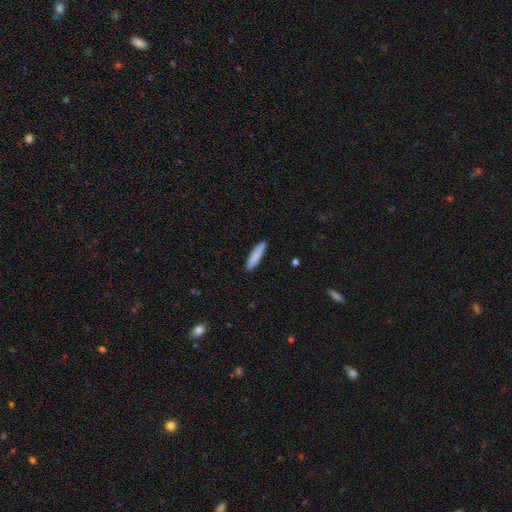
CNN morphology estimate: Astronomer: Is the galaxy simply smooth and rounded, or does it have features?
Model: smooth — 85%.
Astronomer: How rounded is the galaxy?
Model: cigar-shaped — 80%.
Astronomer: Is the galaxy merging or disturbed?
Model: none — 88%.